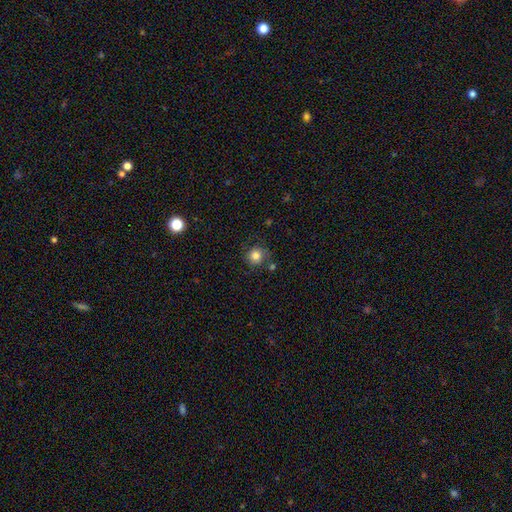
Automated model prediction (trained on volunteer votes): Smooth or featured?
  - smooth: 82% *
  - star or artifact: 11%
  - featured or disk: 7%
How rounded?
  - round: 91% *
  - in between: 8%
  - cigar-shaped: 1%
Merging?
  - none: 74% *
  - minor disturbance: 15%
  - merger: 6%
  - major disturbance: 5%